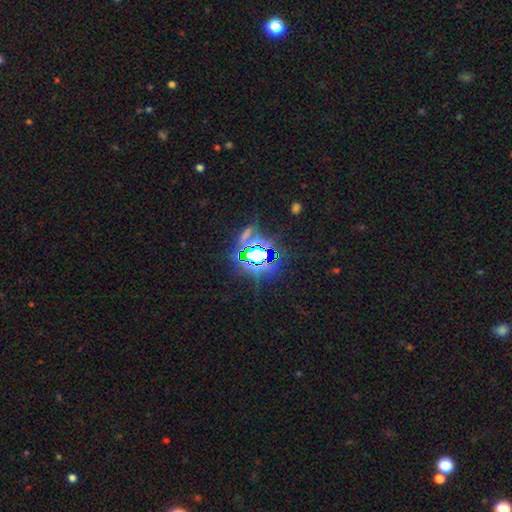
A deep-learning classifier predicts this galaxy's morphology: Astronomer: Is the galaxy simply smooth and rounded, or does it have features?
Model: star or artifact — 76%.